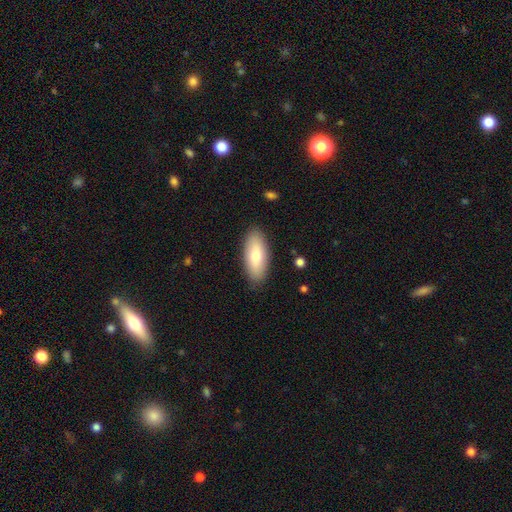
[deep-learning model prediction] Smooth or featured? smooth (74%)
How rounded? in between (83%)
Merging? none (87%)